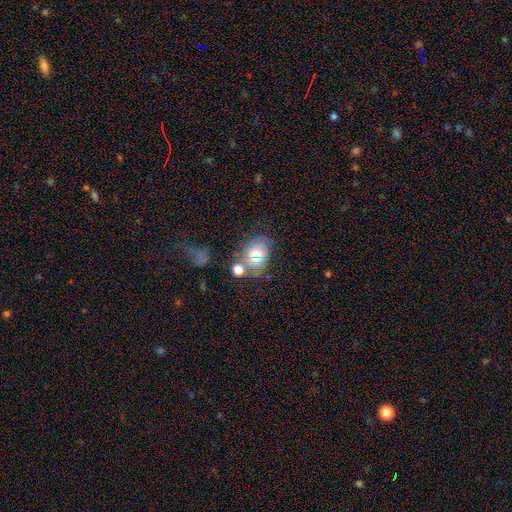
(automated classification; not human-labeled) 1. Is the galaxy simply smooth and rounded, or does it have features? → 51% smooth, 32% star or artifact, 18% featured or disk.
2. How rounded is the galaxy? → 60% in between, 39% round, 2% cigar-shaped.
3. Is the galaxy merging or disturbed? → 66% none, 14% minor disturbance, 12% merger, 8% major disturbance.